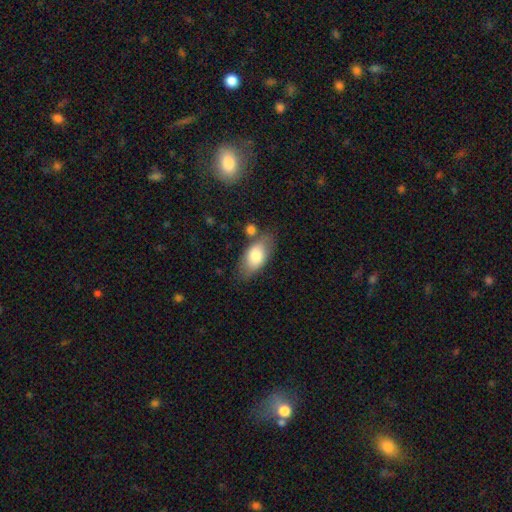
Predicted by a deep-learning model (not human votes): This appears to be a smooth galaxy with no disk features (77%) that is in between round and cigar-shaped (90%). Merging: none (68%).